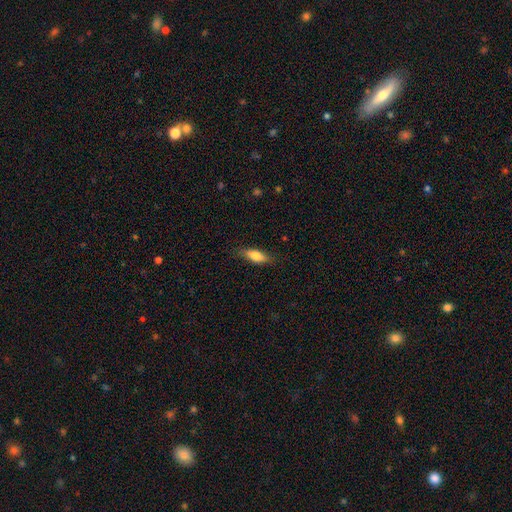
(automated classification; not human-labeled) A smooth galaxy with no disk features (76%) that is in between round and cigar-shaped (63%).

Vote fractions:
- Smooth or featured? smooth: 76% / featured or disk: 17% / star or artifact: 7%
- How rounded? in between: 63% / cigar-shaped: 35% / round: 3%
- Merging? none: 81% / minor disturbance: 15% / major disturbance: 3% / merger: 1%